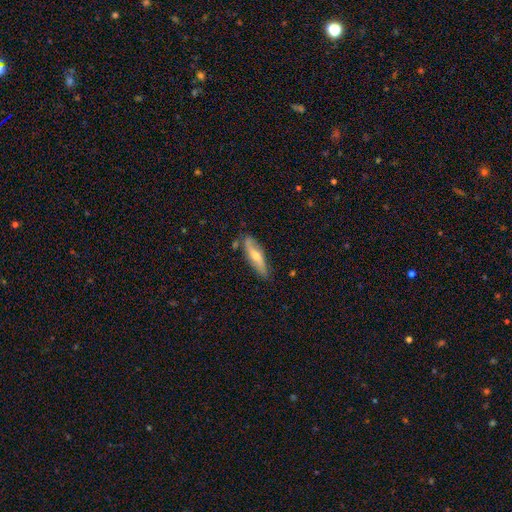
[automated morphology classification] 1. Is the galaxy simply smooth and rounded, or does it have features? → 51% featured or disk, 43% smooth, 6% star or artifact.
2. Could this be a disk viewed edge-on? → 56% no, 44% yes.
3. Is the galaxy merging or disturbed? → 74% none, 19% minor disturbance, 4% major disturbance, 3% merger.